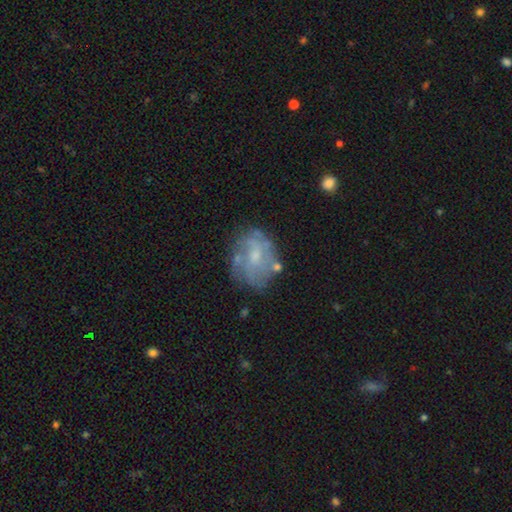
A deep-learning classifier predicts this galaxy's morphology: This appears to be a featured or disk galaxy (64%) with no bar (60%), spiral arms (64%) and a small central bulge (50%). Merging: none (62%).